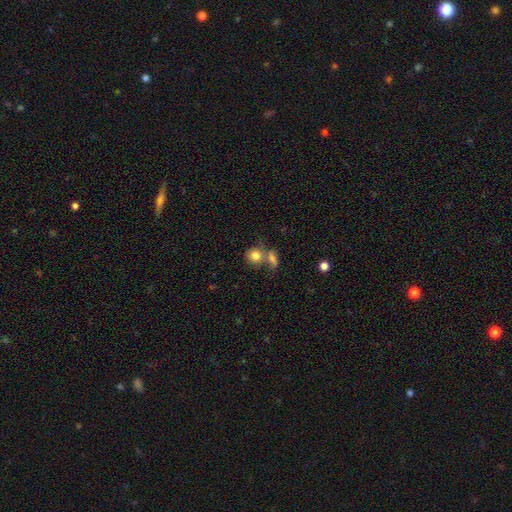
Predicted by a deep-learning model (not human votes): smooth 81%, featured or disk 10%, star or artifact 9%. Down the decision tree: how rounded — round (77%); merging — none (44%).